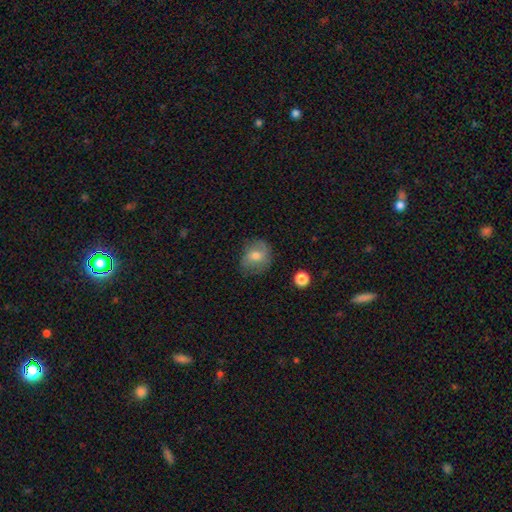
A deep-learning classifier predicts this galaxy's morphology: Overall: smooth (65%; featured or disk 25%). How rounded: round (62%; in between 37%). Merging: none (67%).